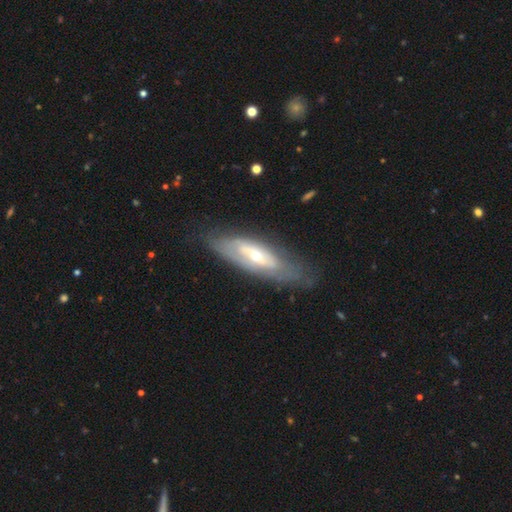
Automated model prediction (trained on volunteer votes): Smooth or featured? Predicted: featured or disk (p=0.69). Edge-on disk? Predicted: no (p=0.74). Bar? Predicted: no (p=0.54). Spiral arms? Predicted: yes (p=0.52). Bulge size? Predicted: small (p=0.53). Merging? Predicted: none (p=0.69).